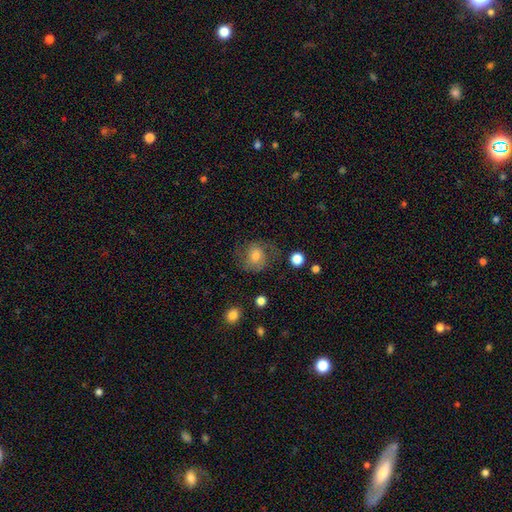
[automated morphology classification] Smooth or featured? featured or disk (48%)
Merging? none (66%)